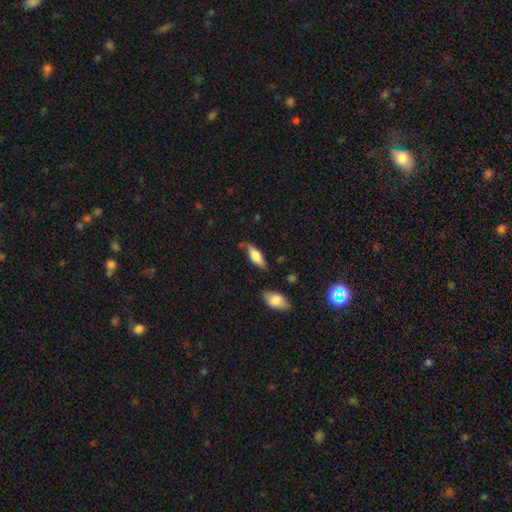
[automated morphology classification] This appears to be a smooth galaxy with no disk features (68%) that is in between round and cigar-shaped (71%). Merging: none (64%).